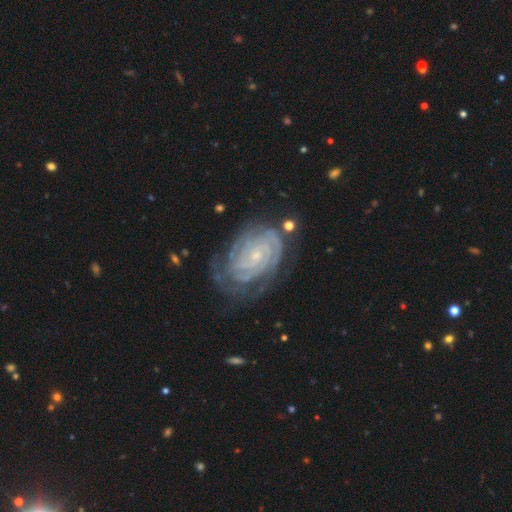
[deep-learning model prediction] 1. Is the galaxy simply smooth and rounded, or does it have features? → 86% featured or disk, 7% smooth, 7% star or artifact.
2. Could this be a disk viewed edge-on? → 97% no, 3% yes.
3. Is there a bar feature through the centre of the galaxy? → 65% no, 27% weak, 8% strong.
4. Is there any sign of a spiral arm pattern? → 97% yes, 3% no.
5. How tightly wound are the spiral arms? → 81% tight, 16% medium, 3% loose.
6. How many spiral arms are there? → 31% can't tell, 22% 2, 17% 3, 16% 4, 9% more than 4, 6% 1.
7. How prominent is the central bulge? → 80% small, 14% moderate, 3% none, 1% large, 1% dominant.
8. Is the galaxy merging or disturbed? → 67% none, 21% minor disturbance, 9% major disturbance, 3% merger.